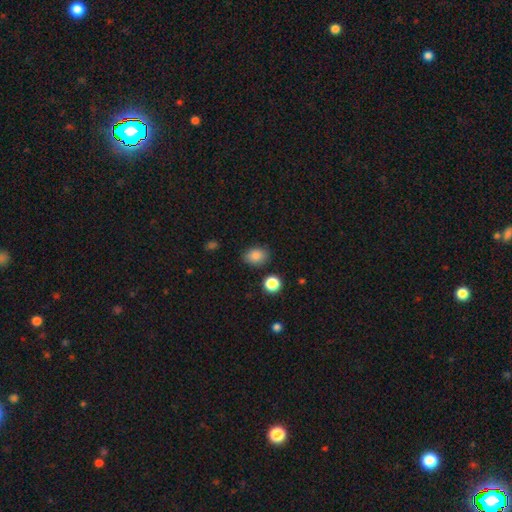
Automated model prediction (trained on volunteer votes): This appears to be a smooth galaxy with no disk features (86%) that is in between round and cigar-shaped (71%). Merging: none (83%).